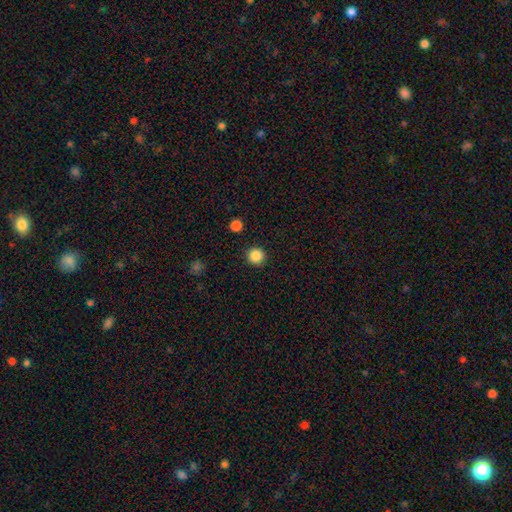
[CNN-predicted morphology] smooth_or_featured: smooth (p=0.87) [alt: star or artifact p=0.10]
how_rounded: round (p=0.96) [alt: in between p=0.03]
merging: none (p=0.93) [alt: minor disturbance p=0.04]